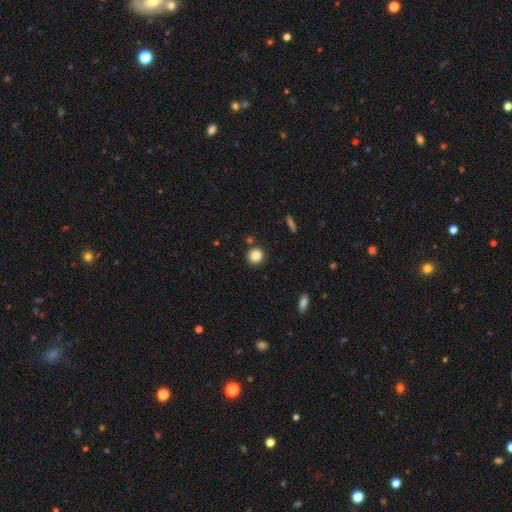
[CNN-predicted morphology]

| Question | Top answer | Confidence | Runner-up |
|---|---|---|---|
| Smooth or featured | smooth | 84% | star or artifact (10%) |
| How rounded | round | 91% | in between (8%) |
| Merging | none | 86% | minor disturbance (7%) |